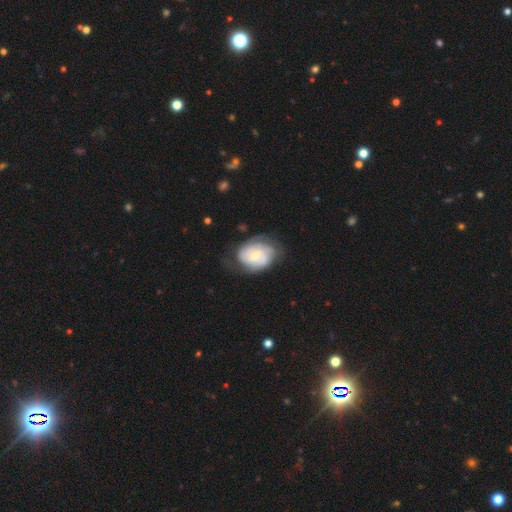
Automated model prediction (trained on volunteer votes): This is likely a featured or disk galaxy (72%). It is clearly not viewed edge-on (97%). Bar: possibly weak (47%). Spiral arm pattern: clearly yes (91%). Spiral arm count: marginally 2 (39%). Spiral winding: possibly tight (57%). Central bulge: possibly small (53%). Merging: likely none (60%).